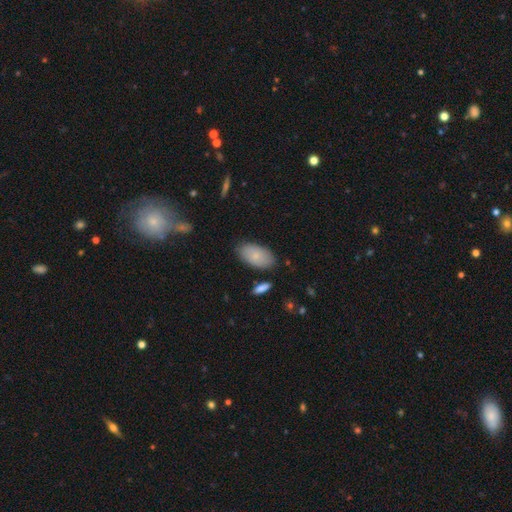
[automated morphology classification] The model was most divided on "smooth or featured": smooth: 80%, featured or disk: 13%, star or artifact: 6%. More confident: how rounded — in between (95%); merging — none (82%).